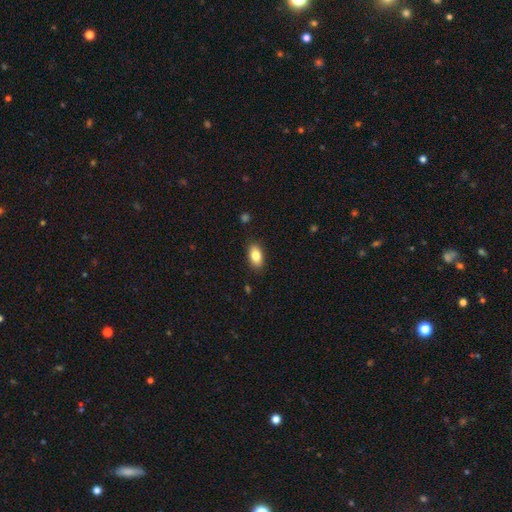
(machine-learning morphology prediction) Smooth or featured? smooth (84%)
How rounded? in between (91%)
Merging? none (88%)